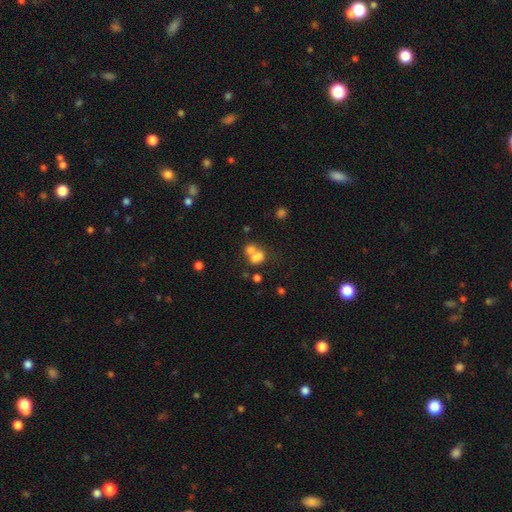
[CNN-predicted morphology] smooth-or-featured: smooth: 71% | featured or disk: 16% | star or artifact: 13%
  how-rounded: in between: 61% | round: 38% | cigar-shaped: 1%
  merging: merger: 62% | none: 24% | minor disturbance: 8% | major disturbance: 6%